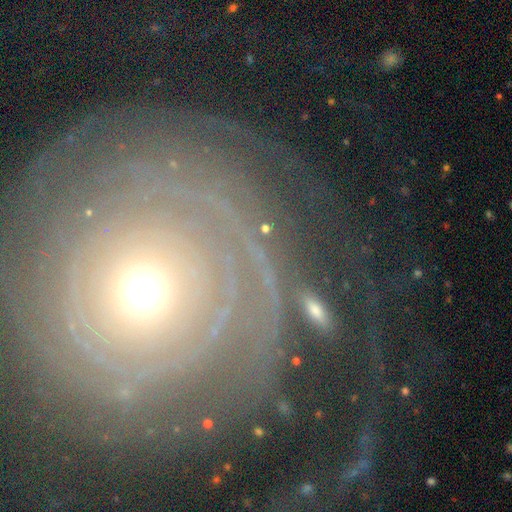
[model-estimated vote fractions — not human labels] smooth_or_featured: featured or disk (p=0.70) [alt: smooth p=0.16]
disk_edge_on: no (p=0.93) [alt: yes p=0.07]
bar: no (p=0.81) [alt: weak p=0.12]
has_spiral_arms: yes (p=0.77) [alt: no p=0.23]
bulge_size: moderate (p=0.50) [alt: small p=0.39]
merging: none (p=0.71) [alt: minor disturbance p=0.13]